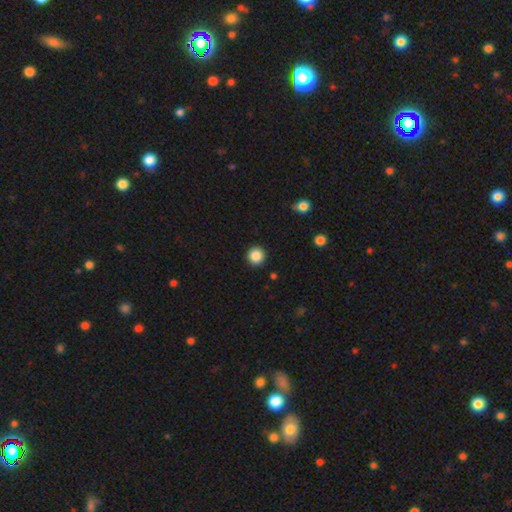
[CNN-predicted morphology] The model was most divided on "smooth or featured": smooth: 86%, star or artifact: 10%, featured or disk: 4%. More confident: how rounded — round (95%); merging — none (93%).